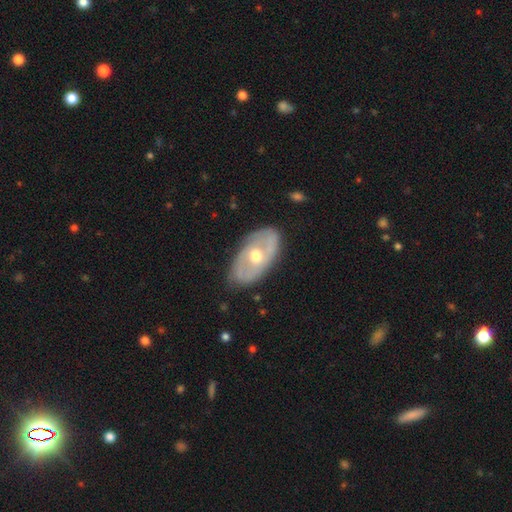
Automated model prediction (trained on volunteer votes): smooth-or-featured: featured or disk: 64% | smooth: 31% | star or artifact: 6%
  disk-edge-on: no: 89% | yes: 11%
    bar: no: 72% | weak: 21% | strong: 7%
    has-spiral-arms: no: 59% | yes: 41%
    bulge-size: moderate: 77% | small: 14% | large: 7% | dominant: 1% | none: 1%
  merging: none: 82% | minor disturbance: 14% | major disturbance: 3% | merger: 1%